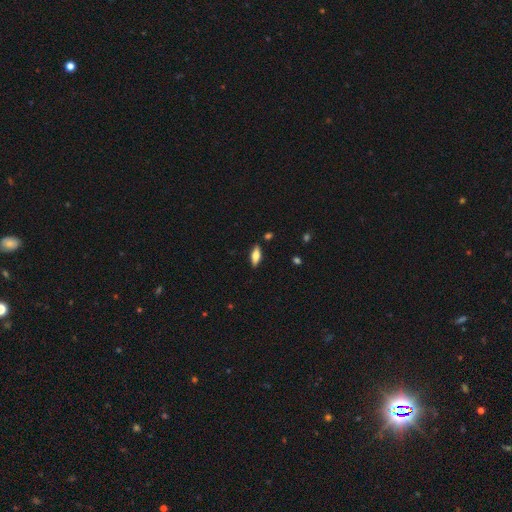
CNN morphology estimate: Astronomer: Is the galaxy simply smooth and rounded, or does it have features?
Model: smooth — 70%.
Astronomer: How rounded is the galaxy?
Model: in between — 69%.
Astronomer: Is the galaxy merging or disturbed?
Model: none — 86%.